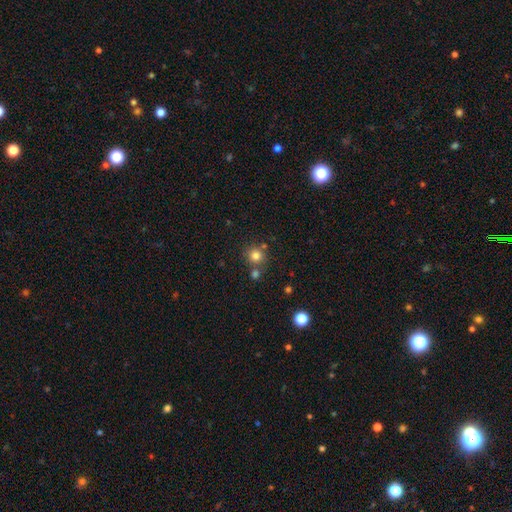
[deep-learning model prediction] Q: Smooth or featured?
A: smooth (80%); runner-up: star or artifact (13%)
Q: How rounded?
A: round (90%); runner-up: in between (9%)
Q: Merging?
A: none (69%); runner-up: merger (18%)